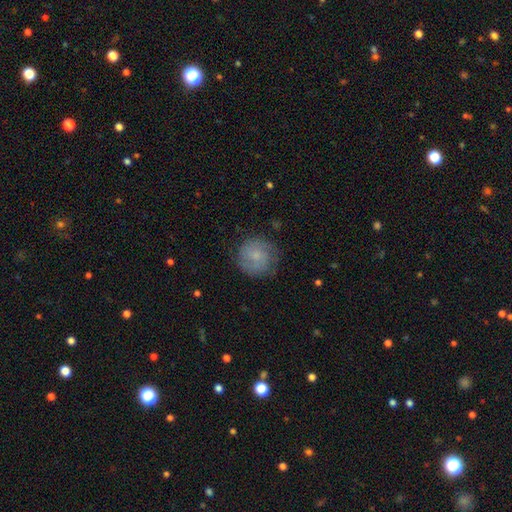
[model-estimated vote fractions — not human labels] smooth 55%, featured or disk 37%, star or artifact 8%. Down the decision tree: how rounded — round (92%); merging — none (77%).